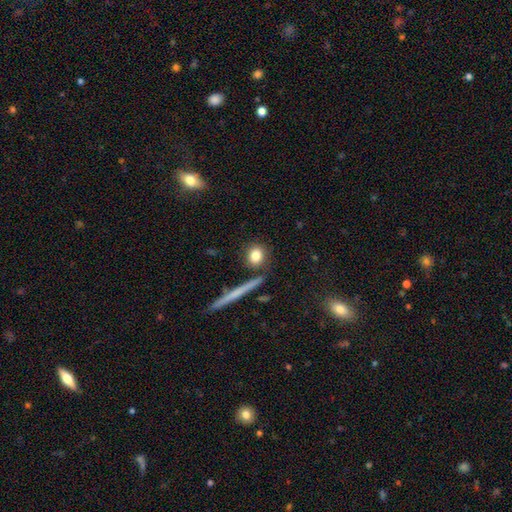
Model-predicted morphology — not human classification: Smooth or featured: smooth — 81% (featured or disk — 10%)
How rounded: round — 67% (in between — 27%)
Merging: none — 81% (minor disturbance — 10%)